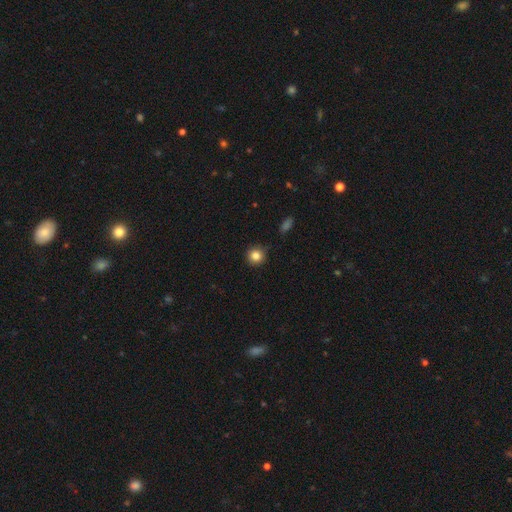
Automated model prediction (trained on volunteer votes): Smooth or featured: smooth — 84% (star or artifact — 11%)
How rounded: round — 93% (in between — 6%)
Merging: none — 87% (minor disturbance — 9%)